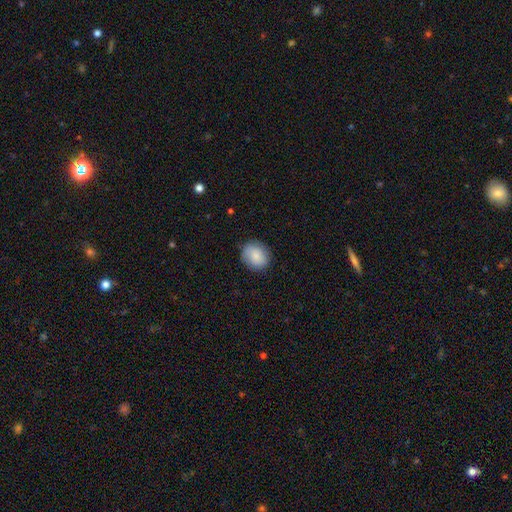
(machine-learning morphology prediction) Smooth or featured?
  - smooth: 85% *
  - featured or disk: 8%
  - star or artifact: 7%
How rounded?
  - round: 67% *
  - in between: 32%
  - cigar-shaped: 1%
Merging?
  - none: 85% *
  - minor disturbance: 11%
  - major disturbance: 3%
  - merger: 1%